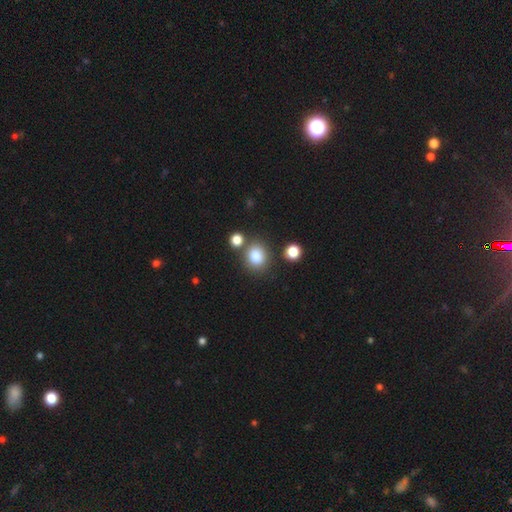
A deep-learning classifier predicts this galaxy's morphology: Smooth or featured? smooth (83%)
How rounded? round (68%)
Merging? none (73%)